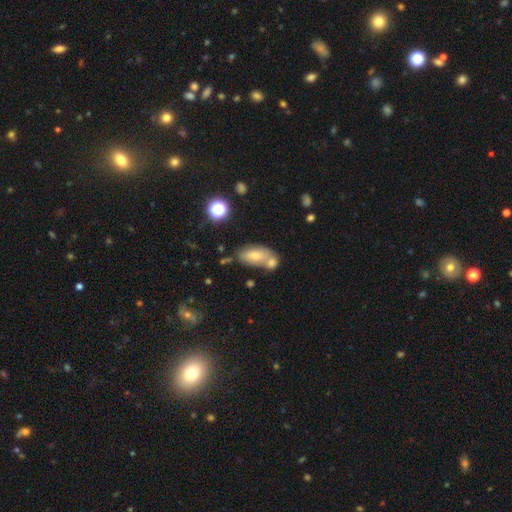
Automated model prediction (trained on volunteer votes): smooth_or_featured: smooth (p=0.69) [alt: featured or disk p=0.21]
how_rounded: in between (p=0.88) [alt: cigar-shaped p=0.07]
merging: none (p=0.43) [alt: merger p=0.39]